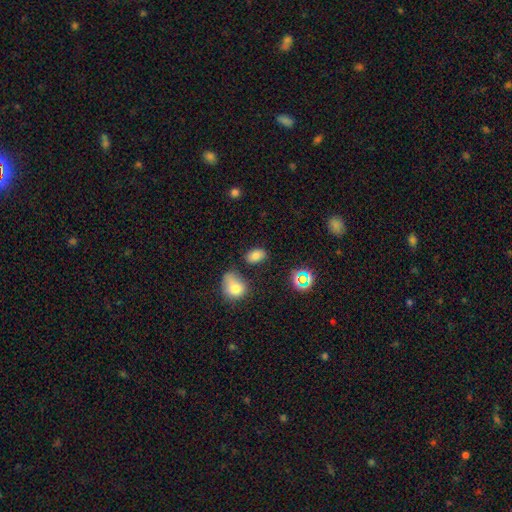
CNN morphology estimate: Q: Smooth or featured?
A: smooth (76%); runner-up: star or artifact (15%)
Q: How rounded?
A: in between (84%); runner-up: round (15%)
Q: Merging?
A: none (75%); runner-up: minor disturbance (14%)